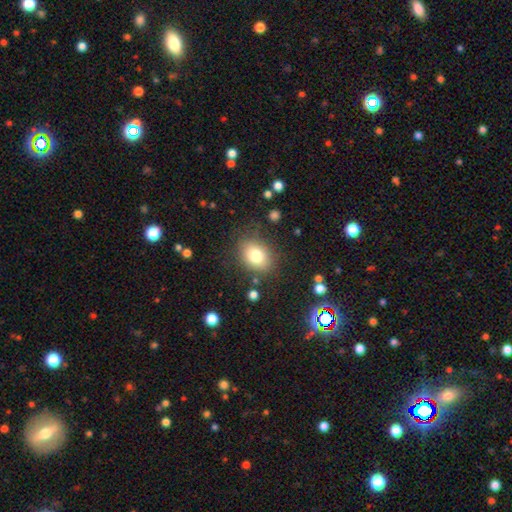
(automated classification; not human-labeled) Overall: smooth (78%). How rounded: in between (59%; round 40%). Merging: none (79%).